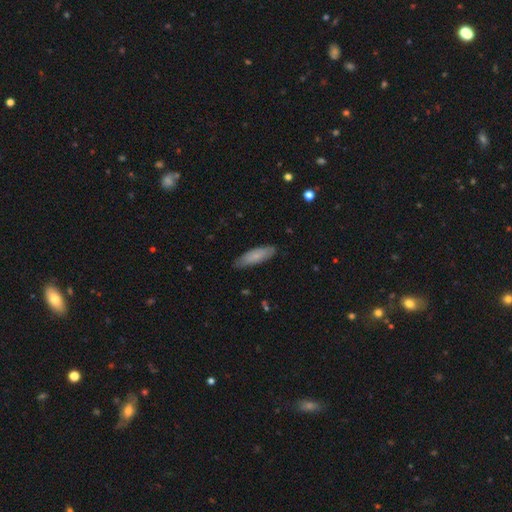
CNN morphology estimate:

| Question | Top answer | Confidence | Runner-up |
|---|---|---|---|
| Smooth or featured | smooth | 70% | featured or disk (24%) |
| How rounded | cigar-shaped | 53% | in between (46%) |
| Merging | none | 82% | minor disturbance (15%) |